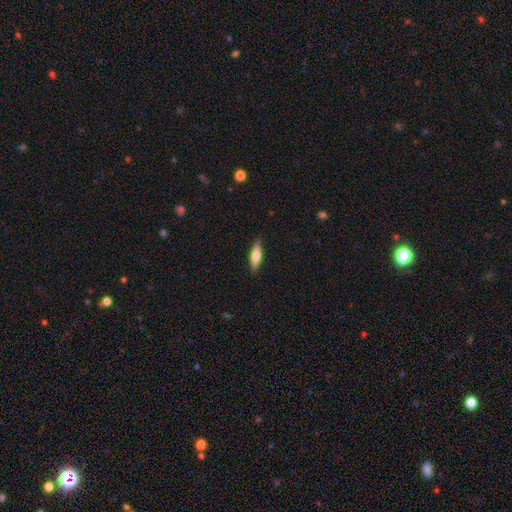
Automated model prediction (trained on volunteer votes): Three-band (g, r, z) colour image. It shows a smooth galaxy with no disk features (65%) that is cigar-shaped (57%). Merging: none (89%).